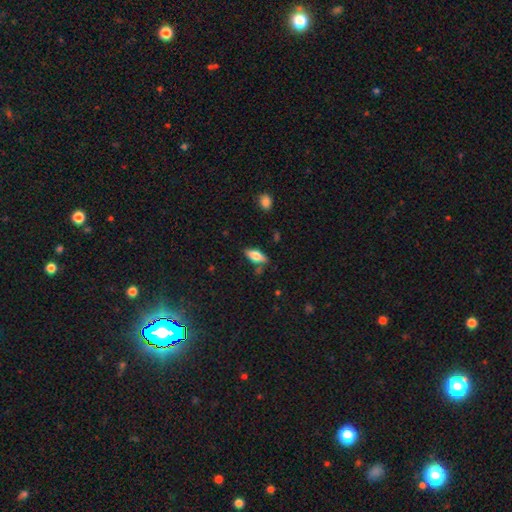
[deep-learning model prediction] Smooth or featured?
  - smooth: 67% *
  - featured or disk: 25%
  - star or artifact: 7%
How rounded?
  - in between: 77% *
  - cigar-shaped: 20%
  - round: 3%
Merging?
  - none: 74% *
  - minor disturbance: 16%
  - merger: 5%
  - major disturbance: 4%